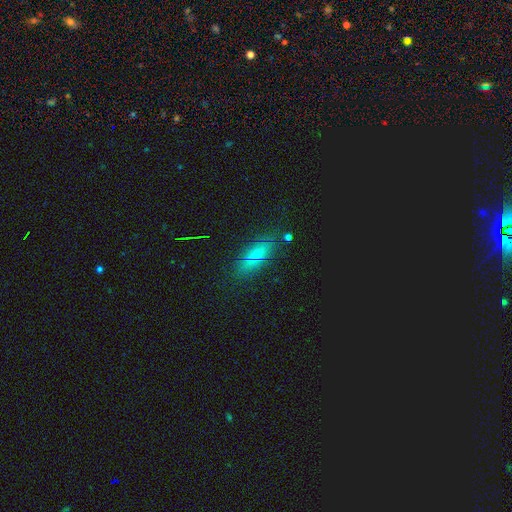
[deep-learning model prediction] Overall: smooth (57%; featured or disk 23%). How rounded: in between (53%; cigar-shaped 42%). Merging: none (81%).